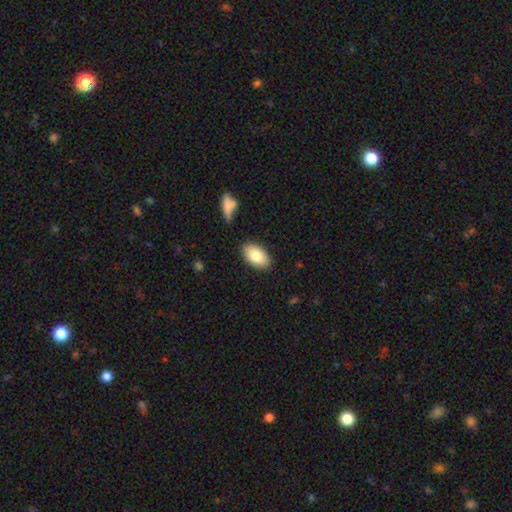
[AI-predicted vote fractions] A smooth galaxy with no disk features (81%) that is in between round and cigar-shaped (94%). Merging: none (85%).